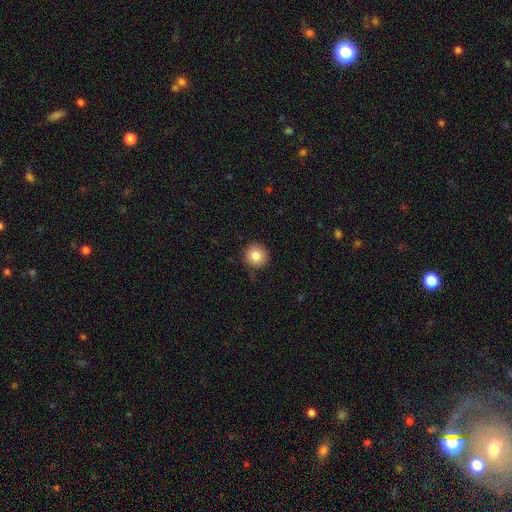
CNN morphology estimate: This is clearly a smooth galaxy (84%). How rounded: clearly round (94%). Merging: clearly none (89%).